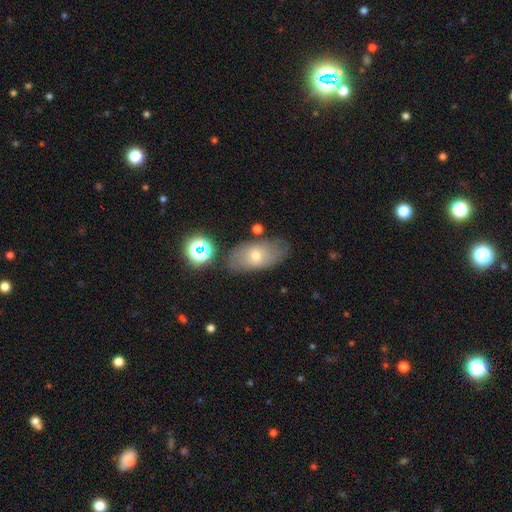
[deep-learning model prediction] A smooth galaxy with no disk features (57%) that is in between round and cigar-shaped (87%). Merging: none (71%).